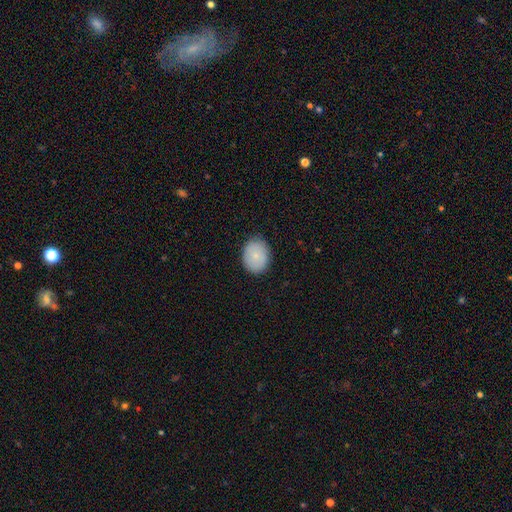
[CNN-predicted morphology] smooth_or_featured: smooth (p=0.80) [alt: featured or disk p=0.12]
how_rounded: in between (p=0.51) [alt: round p=0.48]
merging: none (p=0.85) [alt: minor disturbance p=0.11]